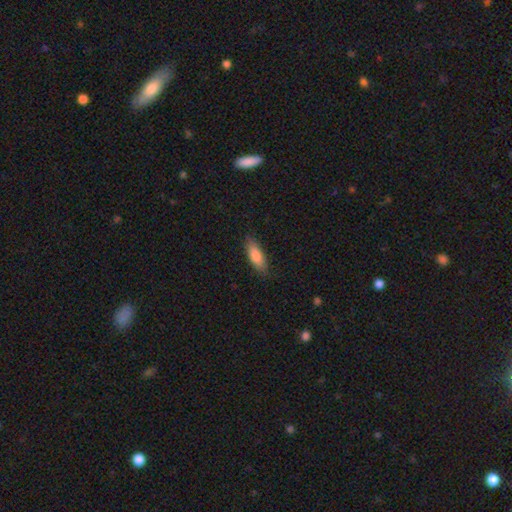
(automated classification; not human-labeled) Q: Smooth or featured?
A: smooth (83%); runner-up: featured or disk (11%)
Q: How rounded?
A: in between (65%); runner-up: cigar-shaped (34%)
Q: Merging?
A: none (84%); runner-up: minor disturbance (12%)